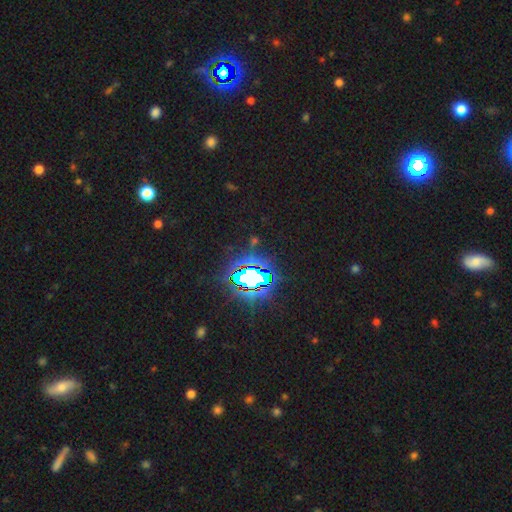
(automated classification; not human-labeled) Smooth or featured? Predicted: star or artifact (p=0.85).